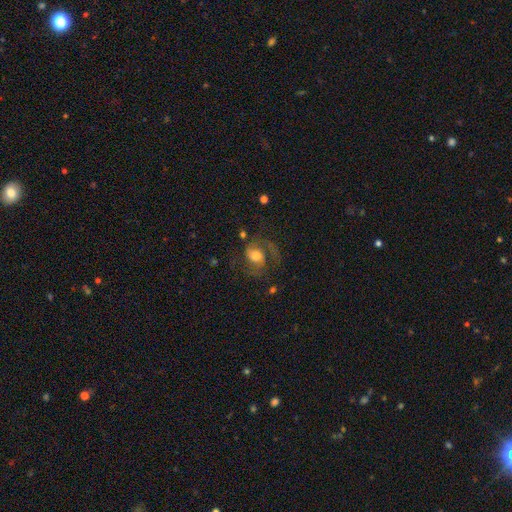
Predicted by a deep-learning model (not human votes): A featured or disk galaxy (69%) with no bar (61%), 2 (73%) medium (51%) spiral arms (91%) and a moderate central bulge (45%). Merging: none (55%).